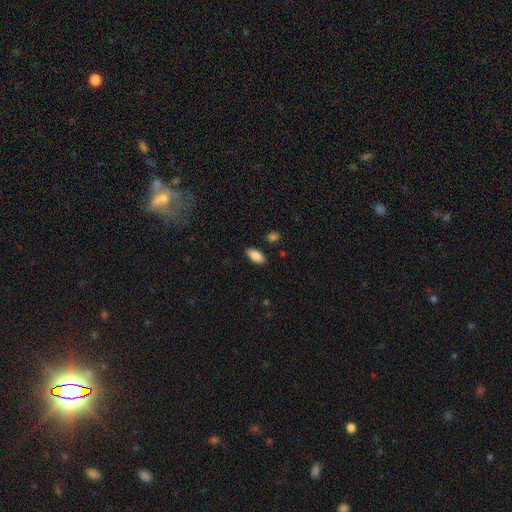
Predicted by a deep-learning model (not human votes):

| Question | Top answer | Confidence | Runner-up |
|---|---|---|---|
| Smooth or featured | smooth | 86% | featured or disk (7%) |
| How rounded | in between | 91% | cigar-shaped (6%) |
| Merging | none | 85% | minor disturbance (11%) |